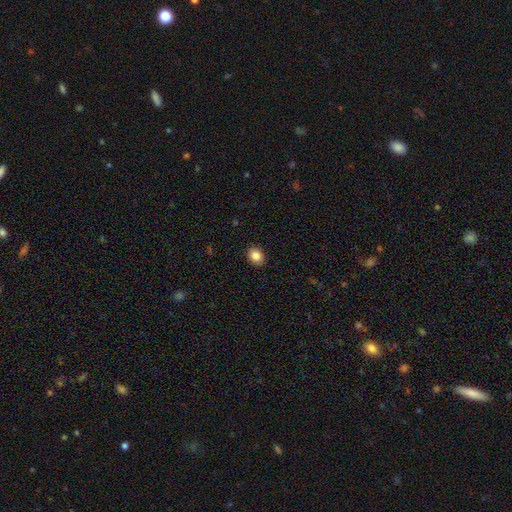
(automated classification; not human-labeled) The model was most divided on "how rounded": in between: 59%, round: 40%, cigar-shaped: 1%. More confident: merging — none (90%); smooth or featured — smooth (86%).